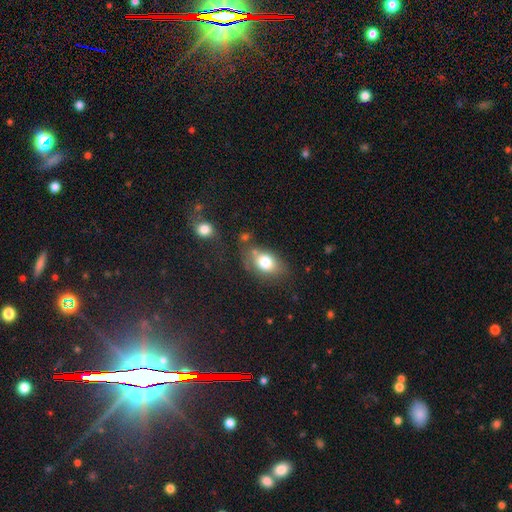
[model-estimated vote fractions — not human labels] Smooth or featured: smooth — 77% (featured or disk — 14%)
How rounded: in between — 75% (round — 23%)
Merging: none — 58% (minor disturbance — 23%)